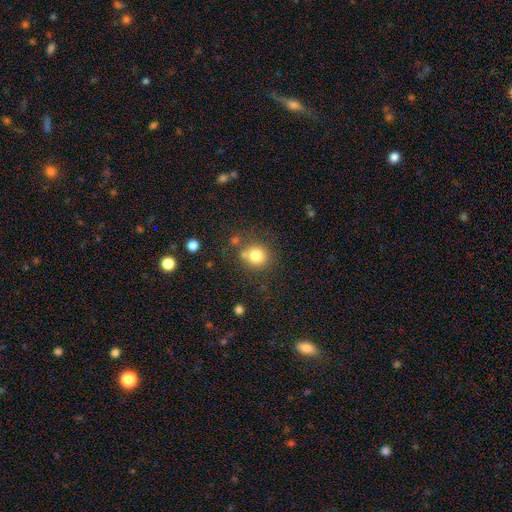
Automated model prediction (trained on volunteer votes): The model was most divided on "merging": none: 73%, merger: 12%, minor disturbance: 11%, major disturbance: 4%. More confident: how rounded — round (90%); smooth or featured — smooth (79%).